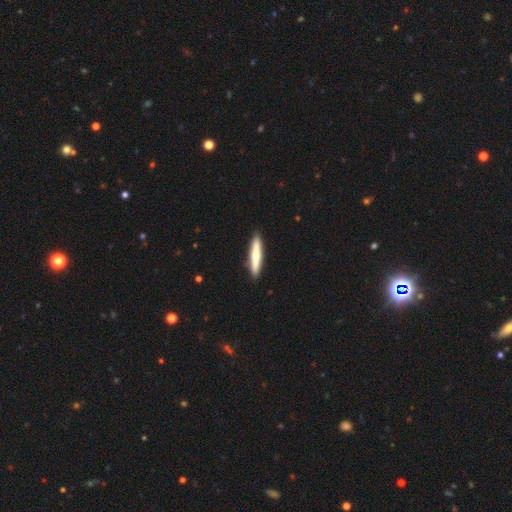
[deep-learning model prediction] Smooth or featured? smooth (64%)
How rounded? cigar-shaped (90%)
Merging? none (91%)